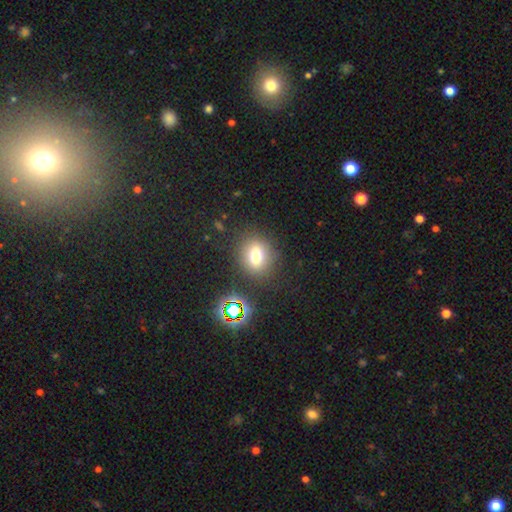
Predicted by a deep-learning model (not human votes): Smooth or featured? smooth (71%)
How rounded? round (53%)
Merging? none (83%)